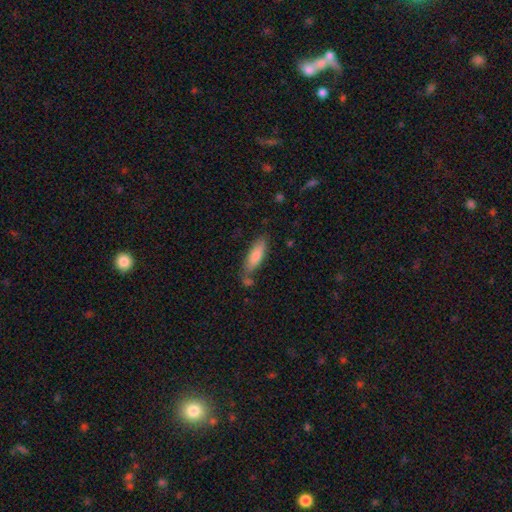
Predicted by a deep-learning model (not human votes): Smooth or featured? Predicted: smooth (p=0.77). How rounded? Predicted: cigar-shaped (p=0.51). Merging? Predicted: none (p=0.67).